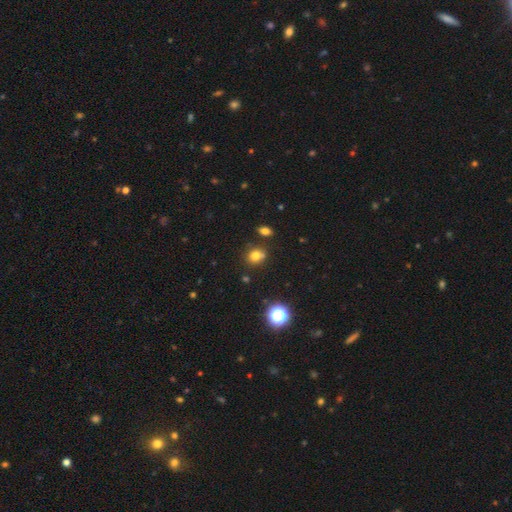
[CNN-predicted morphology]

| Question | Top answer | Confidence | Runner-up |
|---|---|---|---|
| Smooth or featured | smooth | 75% | star or artifact (17%) |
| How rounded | round | 73% | in between (26%) |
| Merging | none | 68% | merger (16%) |